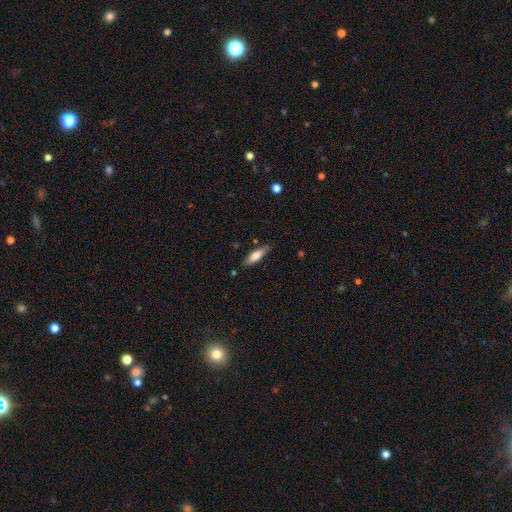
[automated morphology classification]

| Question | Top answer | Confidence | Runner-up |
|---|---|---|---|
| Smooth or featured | smooth | 70% | featured or disk (24%) |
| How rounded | in between | 49% | tied: cigar-shaped (49%) |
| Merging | none | 79% | minor disturbance (16%) |